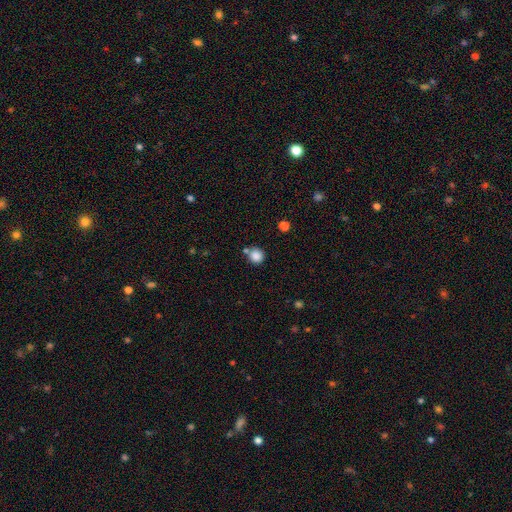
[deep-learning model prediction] smooth-or-featured: smooth: 86% | star or artifact: 10% | featured or disk: 4%
  how-rounded: round: 90% | in between: 9% | cigar-shaped: 1%
  merging: none: 69% | merger: 16% | minor disturbance: 12% | major disturbance: 4%